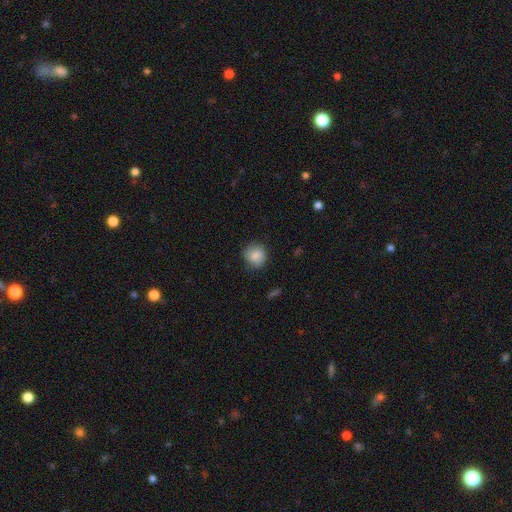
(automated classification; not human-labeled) Smooth or featured? smooth (83%)
How rounded? round (86%)
Merging? none (78%)